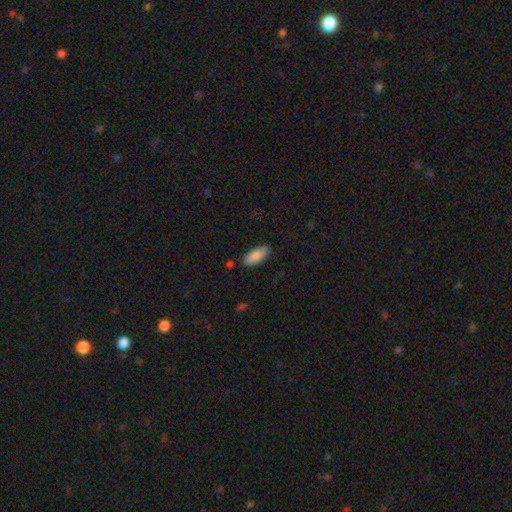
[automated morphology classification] smooth-or-featured: smooth: 88% | featured or disk: 6% | star or artifact: 6%
  how-rounded: in between: 80% | cigar-shaped: 18% | round: 2%
  merging: none: 85% | minor disturbance: 10% | merger: 2% | major disturbance: 2%